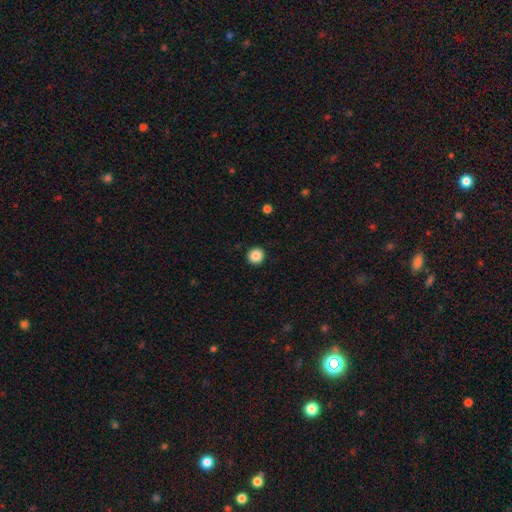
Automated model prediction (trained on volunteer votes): Q: Smooth or featured?
A: smooth (87%); runner-up: star or artifact (10%)
Q: How rounded?
A: round (95%); runner-up: in between (4%)
Q: Merging?
A: none (93%); runner-up: minor disturbance (4%)